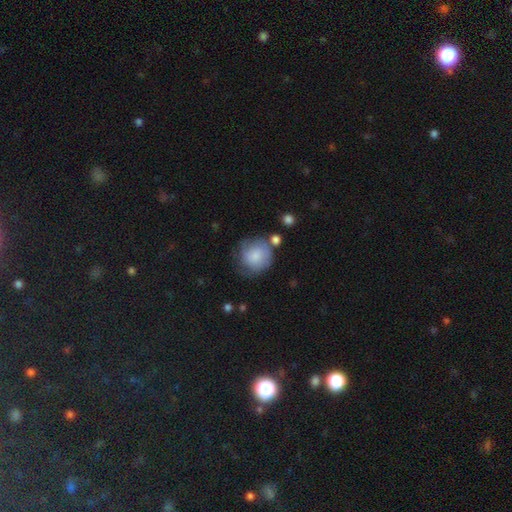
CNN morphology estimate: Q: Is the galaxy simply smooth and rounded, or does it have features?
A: smooth — 73%.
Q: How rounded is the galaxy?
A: round — 86%.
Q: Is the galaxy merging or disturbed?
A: none — 54%.